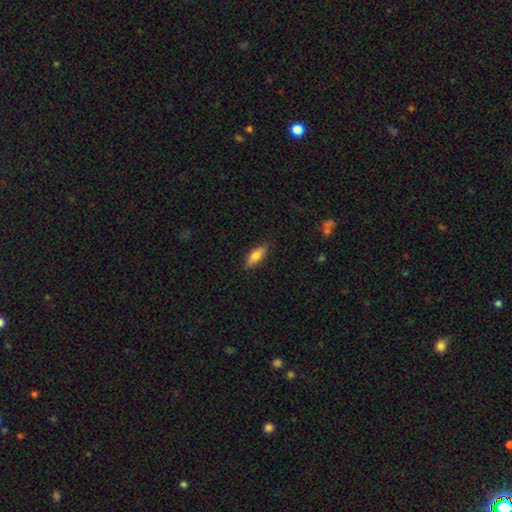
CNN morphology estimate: type=smooth (75%); roundness=in between (65%); merging=none (85%).